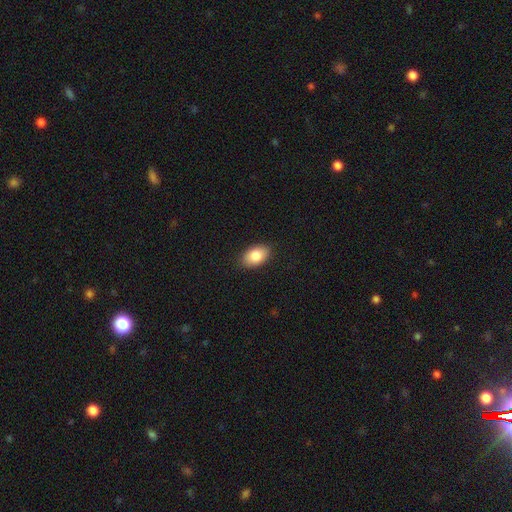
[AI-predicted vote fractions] smooth-or-featured: smooth: 85% | featured or disk: 8% | star or artifact: 7%
  how-rounded: in between: 92% | round: 6% | cigar-shaped: 1%
  merging: none: 88% | minor disturbance: 9% | major disturbance: 2% | merger: 1%